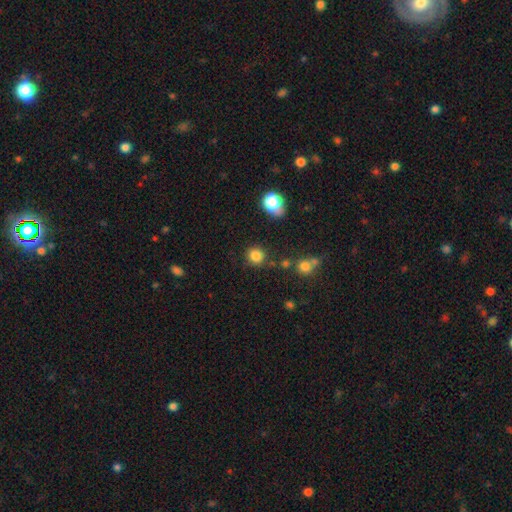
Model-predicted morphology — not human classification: Q: Smooth or featured?
A: smooth (83%); runner-up: star or artifact (13%)
Q: How rounded?
A: round (89%); runner-up: in between (10%)
Q: Merging?
A: none (82%); runner-up: minor disturbance (10%)